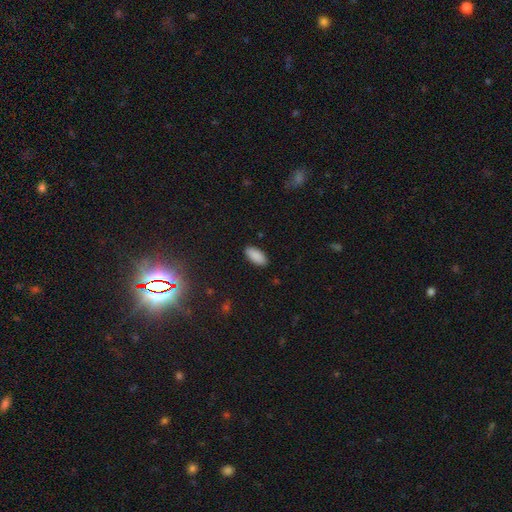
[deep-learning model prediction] smooth_or_featured: smooth (p=0.90) [alt: star or artifact p=0.07]
how_rounded: in between (p=0.91) [alt: cigar-shaped p=0.07]
merging: none (p=0.89) [alt: minor disturbance p=0.08]